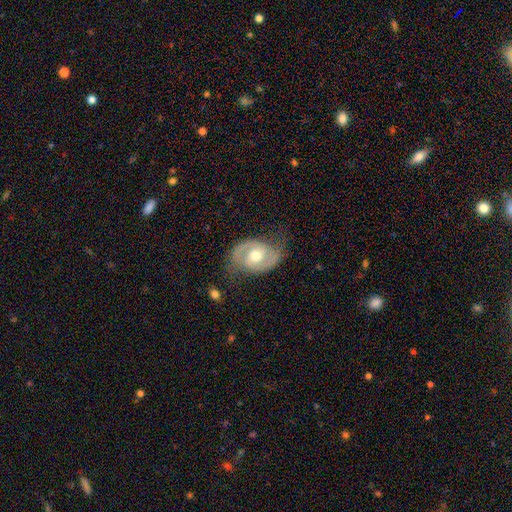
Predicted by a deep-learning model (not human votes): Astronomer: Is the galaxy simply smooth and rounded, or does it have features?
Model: featured or disk — 80%.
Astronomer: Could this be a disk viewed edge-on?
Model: no — 97%.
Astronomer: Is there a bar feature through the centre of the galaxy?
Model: no — 50% (runner-up: weak, 40%).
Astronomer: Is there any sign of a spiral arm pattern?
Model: yes — 89%.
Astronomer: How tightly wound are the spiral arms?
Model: medium — 50% (runner-up: tight, 29%).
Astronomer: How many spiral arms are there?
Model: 2 — 88%.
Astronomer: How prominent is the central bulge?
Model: moderate — 75%.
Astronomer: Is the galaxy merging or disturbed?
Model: none — 66%.